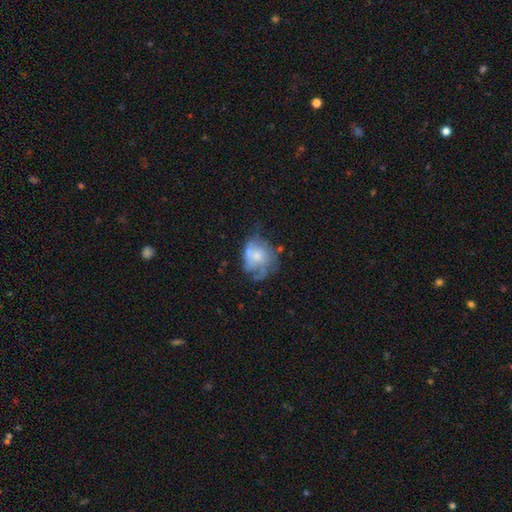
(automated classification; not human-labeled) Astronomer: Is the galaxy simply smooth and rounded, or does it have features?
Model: featured or disk — 53% (runner-up: smooth, 39%).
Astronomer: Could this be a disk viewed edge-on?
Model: no — 98%.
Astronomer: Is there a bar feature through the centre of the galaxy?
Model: no — 83%.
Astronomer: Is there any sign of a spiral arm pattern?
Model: yes — 54% (runner-up: no, 46%).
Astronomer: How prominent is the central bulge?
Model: small — 46% (runner-up: moderate, 40%).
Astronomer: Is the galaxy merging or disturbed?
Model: none — 38% (runner-up: minor disturbance, 28%).